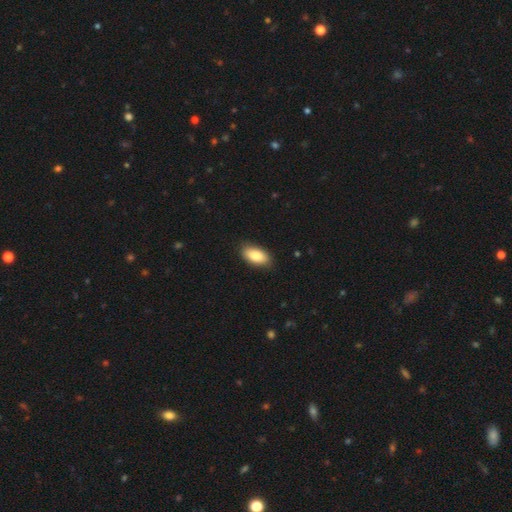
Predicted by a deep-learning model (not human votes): Smooth or featured? Predicted: smooth (p=0.86). How rounded? Predicted: in between (p=0.92). Merging? Predicted: none (p=0.87).